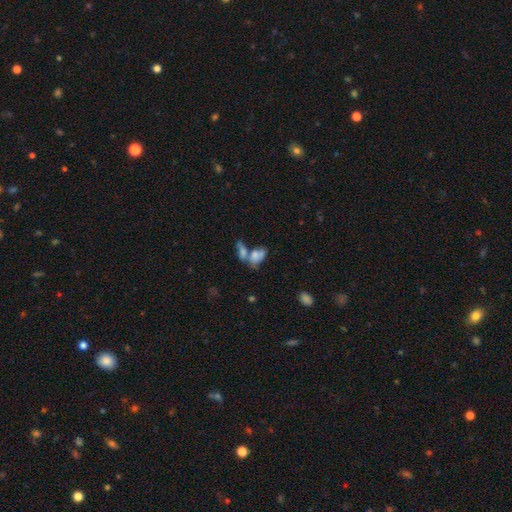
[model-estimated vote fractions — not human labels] Morphology: type=smooth (65%); roundness=in between (86%); merging=merger (59%).